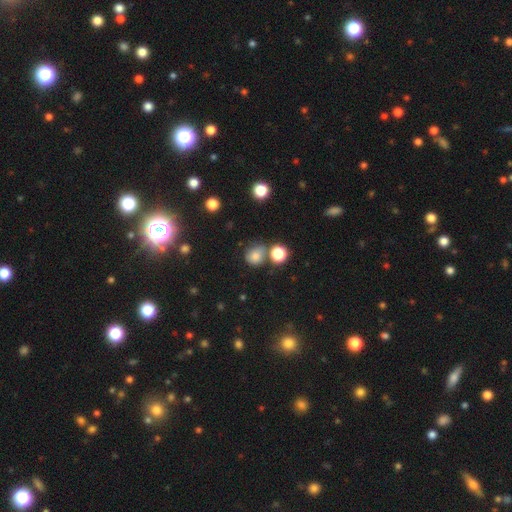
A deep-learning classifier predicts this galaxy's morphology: Smooth or featured: smooth — 77% (star or artifact — 15%)
How rounded: round — 77% (in between — 22%)
Merging: none — 57% (merger — 20%)